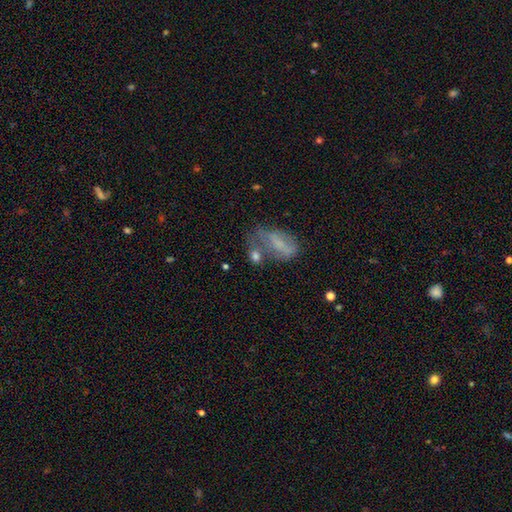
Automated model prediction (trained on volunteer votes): The model was most divided on "merging": none: 41%, merger: 25%, minor disturbance: 20%, major disturbance: 15%. More confident: how rounded — in between (69%); smooth or featured — smooth (67%).